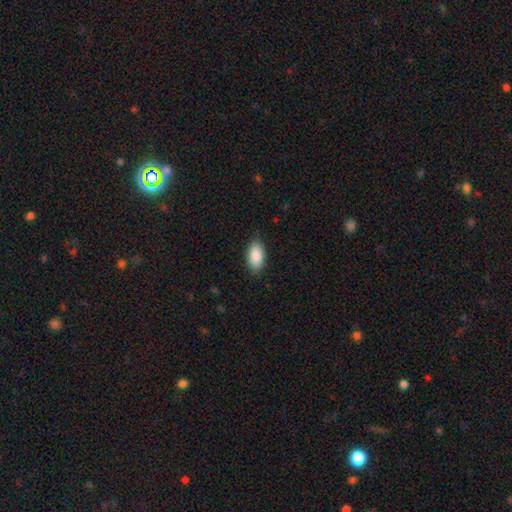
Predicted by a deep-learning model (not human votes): Morphology: type=smooth (90%); roundness=in between (94%); merging=none (86%).